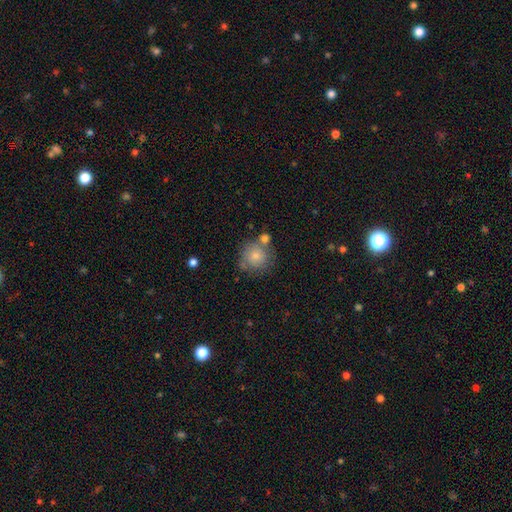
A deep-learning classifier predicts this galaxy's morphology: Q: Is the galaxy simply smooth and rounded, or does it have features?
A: smooth — 76%.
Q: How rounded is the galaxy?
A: round — 90%.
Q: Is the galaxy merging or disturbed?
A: none — 59%.